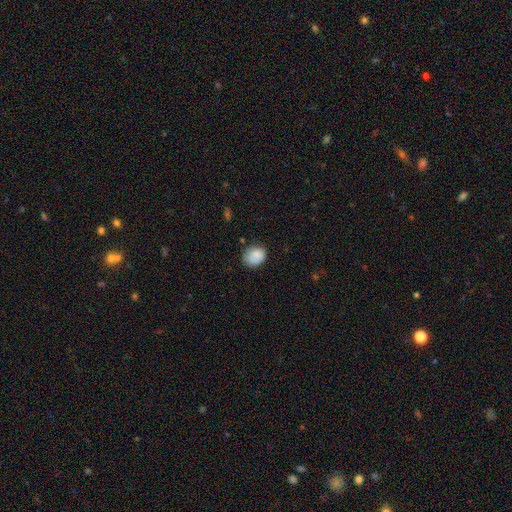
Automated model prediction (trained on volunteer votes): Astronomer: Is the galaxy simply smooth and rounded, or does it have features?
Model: smooth — 84%.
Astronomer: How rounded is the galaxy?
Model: round — 50% (runner-up: in between, 49%).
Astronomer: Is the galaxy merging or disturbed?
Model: none — 70%.